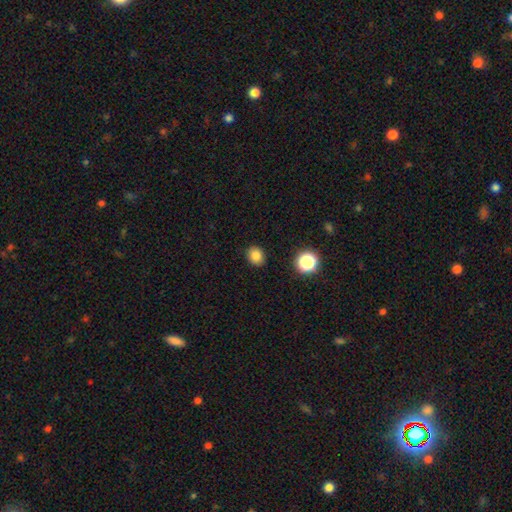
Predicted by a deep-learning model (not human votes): Overall: smooth (81%). How rounded: round (70%). Merging: none (89%).